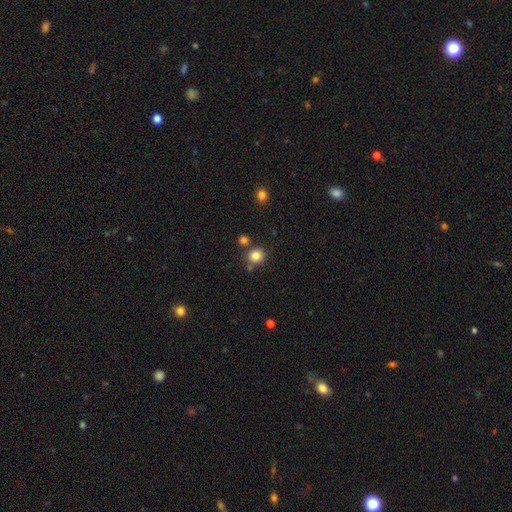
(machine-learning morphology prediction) Q: Smooth or featured?
A: smooth (84%); runner-up: star or artifact (11%)
Q: How rounded?
A: round (87%); runner-up: in between (12%)
Q: Merging?
A: none (77%); runner-up: merger (11%)